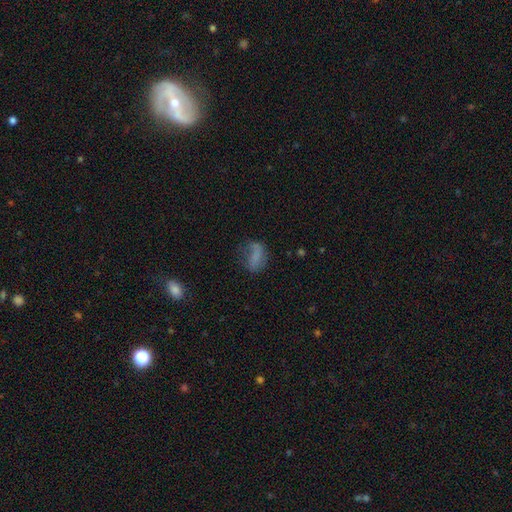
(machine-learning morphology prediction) Smooth or featured? smooth (59%)
How rounded? in between (79%)
Merging? none (40%)